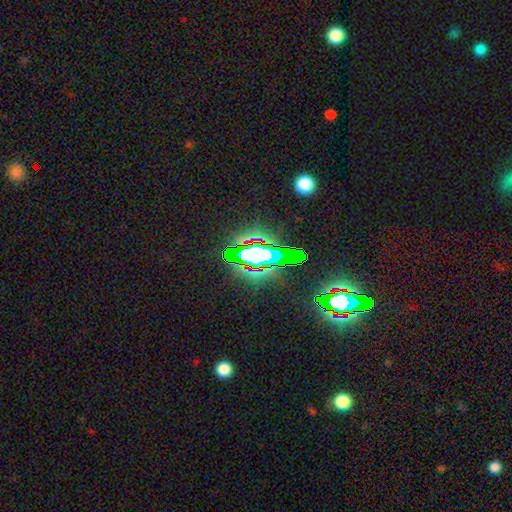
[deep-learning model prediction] Smooth or featured?
  - star or artifact: 62% *
  - smooth: 22%
  - featured or disk: 17%